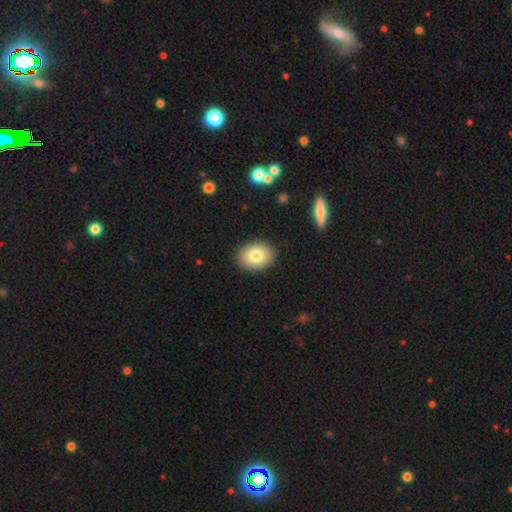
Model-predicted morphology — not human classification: Q: Smooth or featured?
A: smooth (80%); runner-up: featured or disk (12%)
Q: How rounded?
A: in between (65%); runner-up: round (34%)
Q: Merging?
A: none (90%); runner-up: minor disturbance (7%)